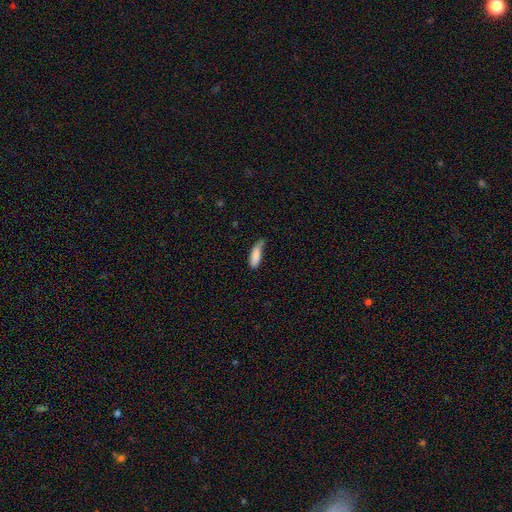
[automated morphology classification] smooth-or-featured: smooth: 85% | featured or disk: 8% | star or artifact: 7%
  how-rounded: in between: 59% | cigar-shaped: 39% | round: 2%
  merging: none: 46% | minor disturbance: 40% | major disturbance: 11% | merger: 4%